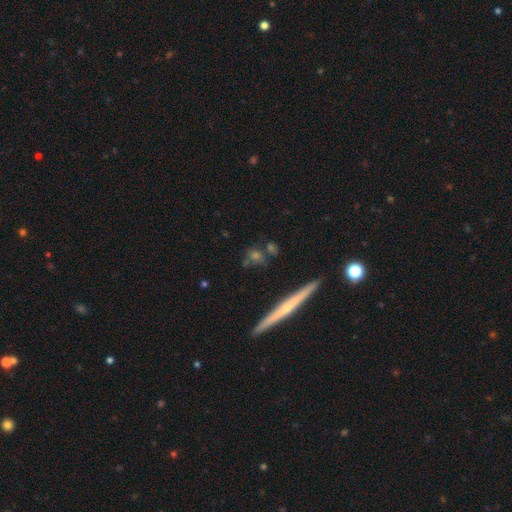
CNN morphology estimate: Smooth or featured: smooth — 46% (featured or disk — 43%)
Merging: none — 80% (minor disturbance — 11%)